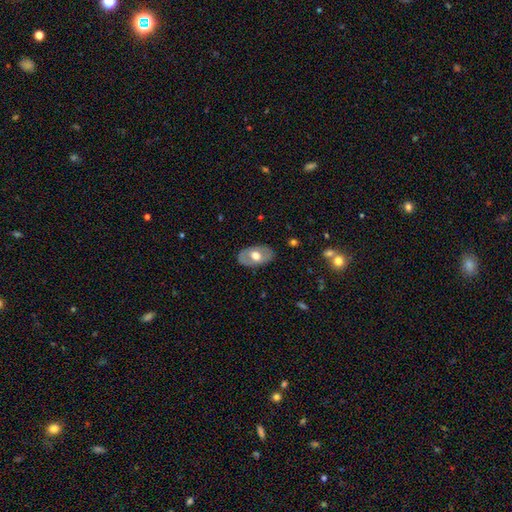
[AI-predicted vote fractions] Morphology: type=smooth (52%); roundness=in between (90%); merging=none (83%).